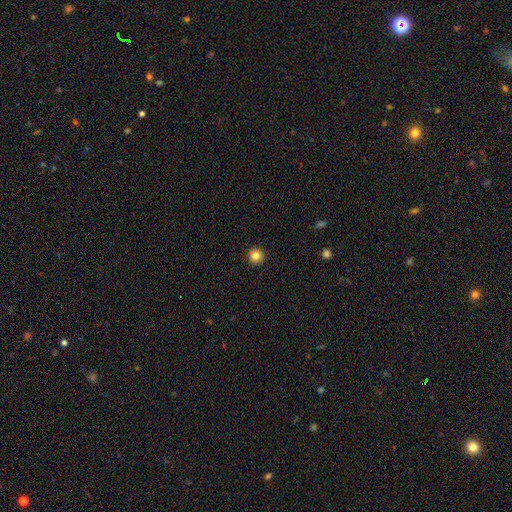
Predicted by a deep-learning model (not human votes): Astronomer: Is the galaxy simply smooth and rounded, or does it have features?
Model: smooth — 84%.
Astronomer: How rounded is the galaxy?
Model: round — 96%.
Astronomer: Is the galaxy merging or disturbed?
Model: none — 94%.